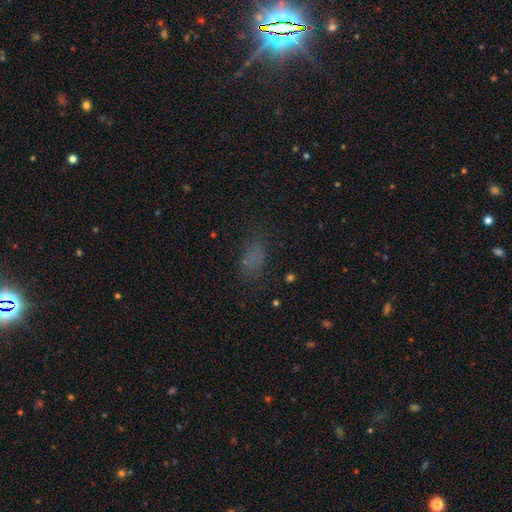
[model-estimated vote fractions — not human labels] Smooth or featured? Predicted: smooth (p=0.61). How rounded? Predicted: in between (p=0.85). Merging? Predicted: none (p=0.69).